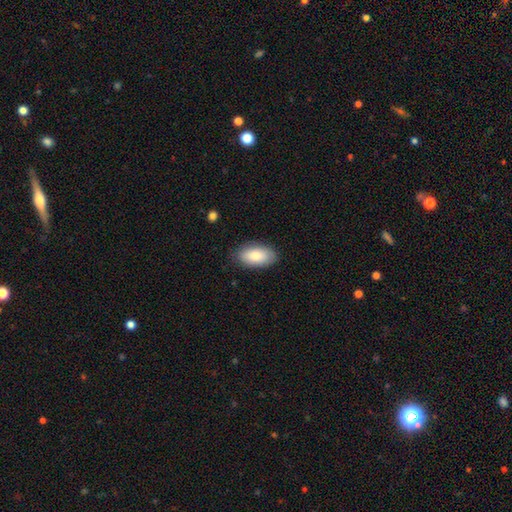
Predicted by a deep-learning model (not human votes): Smooth or featured? Predicted: smooth (p=0.83). How rounded? Predicted: in between (p=0.94). Merging? Predicted: none (p=0.84).